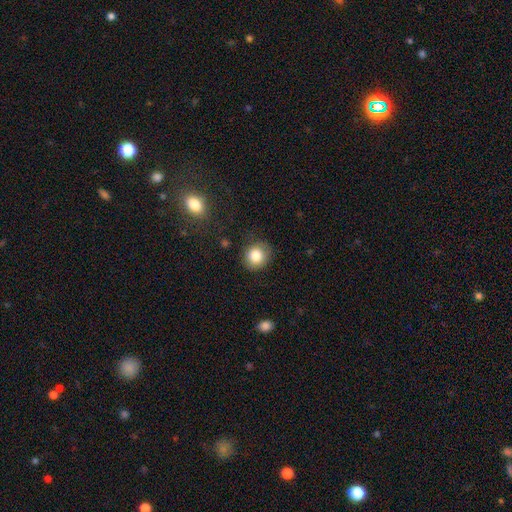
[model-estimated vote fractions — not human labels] smooth 84%, star or artifact 10%, featured or disk 7%. Down the decision tree: how rounded — round (85%); merging — none (85%).